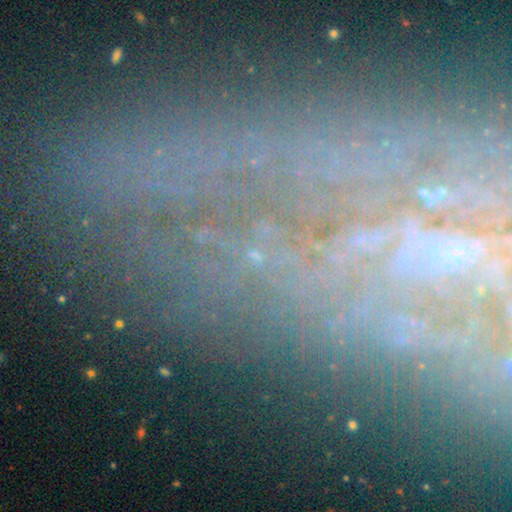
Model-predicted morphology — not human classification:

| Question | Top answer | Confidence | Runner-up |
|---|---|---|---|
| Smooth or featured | star or artifact | 74% | smooth (14%) |